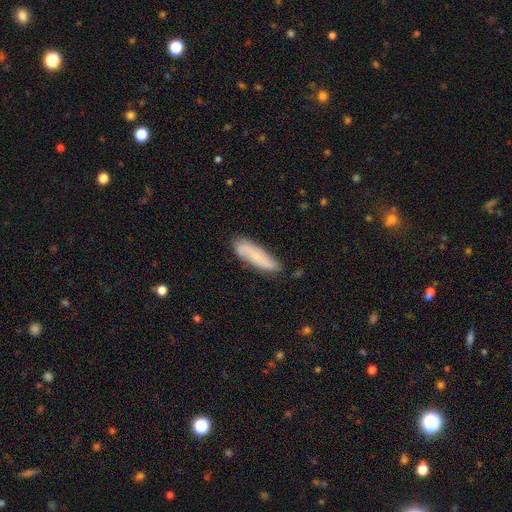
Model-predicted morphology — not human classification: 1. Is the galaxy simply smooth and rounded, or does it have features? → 56% smooth, 37% featured or disk, 7% star or artifact.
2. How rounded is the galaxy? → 63% cigar-shaped, 35% in between, 2% round.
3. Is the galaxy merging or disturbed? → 78% none, 17% minor disturbance, 3% major disturbance, 2% merger.